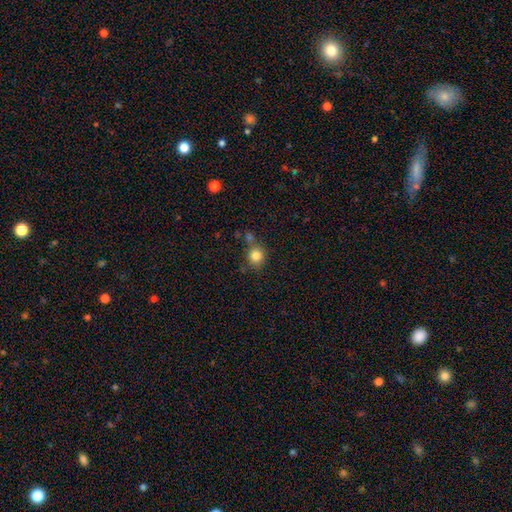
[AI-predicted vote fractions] Q: Smooth or featured?
A: smooth (82%); runner-up: star or artifact (11%)
Q: How rounded?
A: round (86%); runner-up: in between (13%)
Q: Merging?
A: none (69%); runner-up: merger (14%)